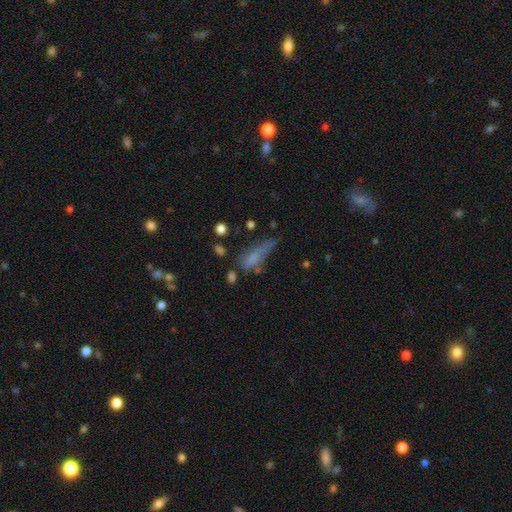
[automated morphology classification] Smooth or featured? Predicted: smooth (p=0.59). How rounded? Predicted: cigar-shaped (p=0.57). Merging? Predicted: none (p=0.31).